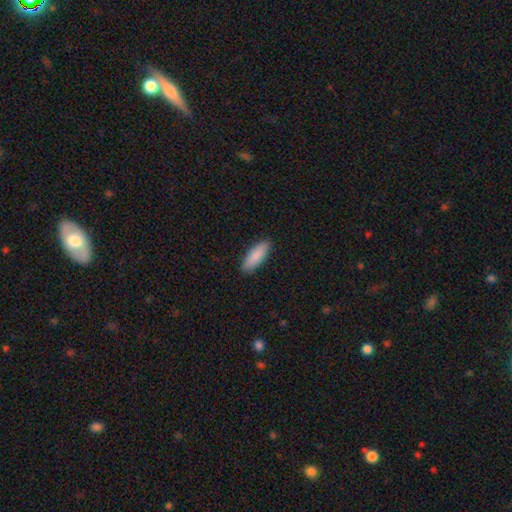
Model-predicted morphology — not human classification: smooth 89%, featured or disk 6%, star or artifact 5%. Down the decision tree: how rounded — in between (58%); merging — none (90%).